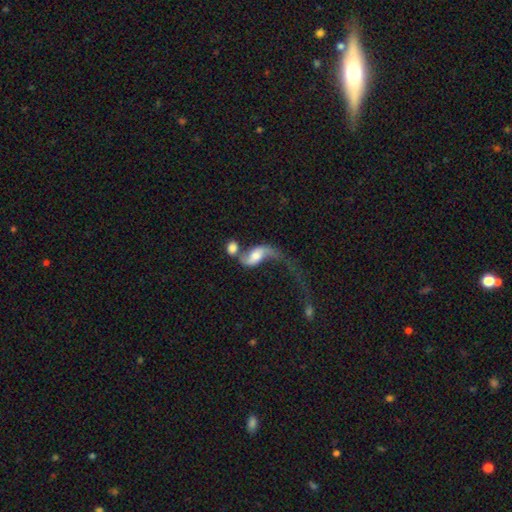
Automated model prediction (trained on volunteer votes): featured or disk 62%, smooth 30%, star or artifact 8%. Down the decision tree: edge-on disk — no (92%); bar — no (51%); spiral arms — yes (81%); bulge size — moderate (44%); merging — merger (52%).